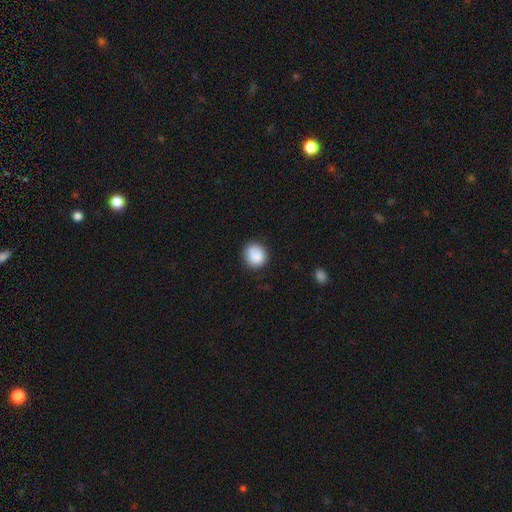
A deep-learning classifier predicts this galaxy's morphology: Smooth or featured?
  - smooth: 87% *
  - star or artifact: 8%
  - featured or disk: 6%
How rounded?
  - round: 86% *
  - in between: 13%
  - cigar-shaped: 1%
Merging?
  - none: 82% *
  - minor disturbance: 13%
  - major disturbance: 3%
  - merger: 2%